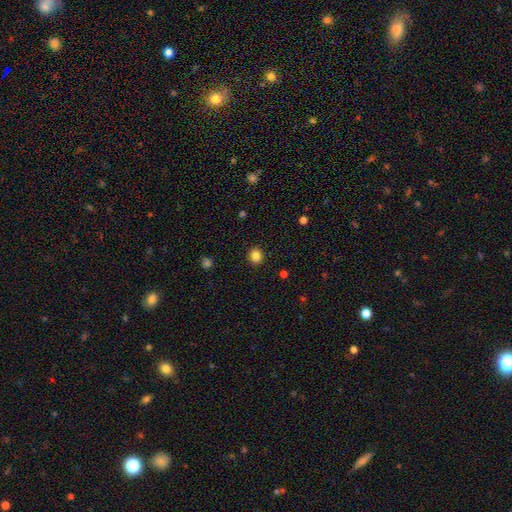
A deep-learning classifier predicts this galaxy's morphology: A smooth galaxy with no disk features (84%) that is round (85%). Merging: none (92%).